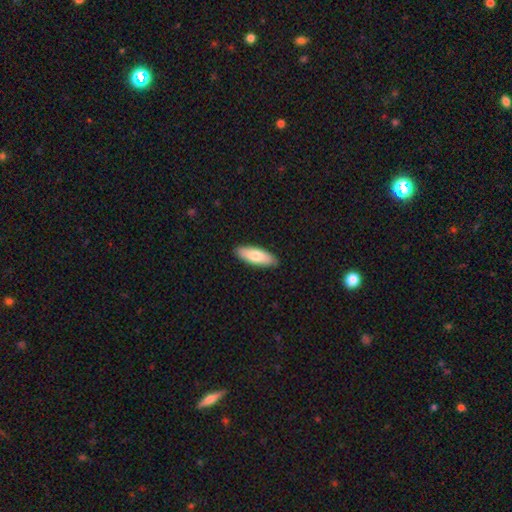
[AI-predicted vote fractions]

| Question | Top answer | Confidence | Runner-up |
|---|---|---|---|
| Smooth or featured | smooth | 78% | featured or disk (17%) |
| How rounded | in between | 63% | cigar-shaped (35%) |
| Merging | none | 89% | minor disturbance (8%) |